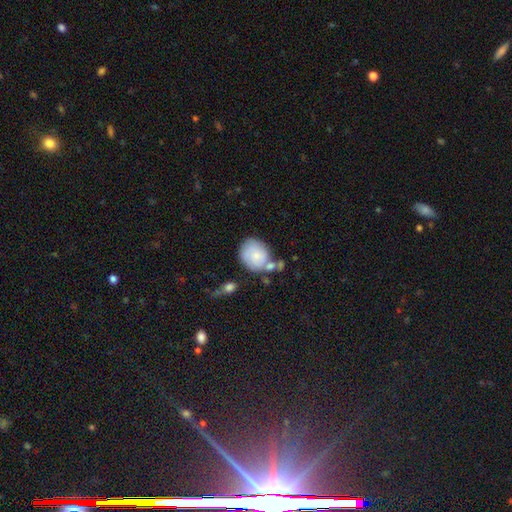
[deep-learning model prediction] Smooth or featured?
  - smooth: 71% *
  - featured or disk: 22%
  - star or artifact: 7%
How rounded?
  - round: 61% *
  - in between: 38%
  - cigar-shaped: 1%
Merging?
  - none: 48% *
  - minor disturbance: 23%
  - merger: 21%
  - major disturbance: 9%